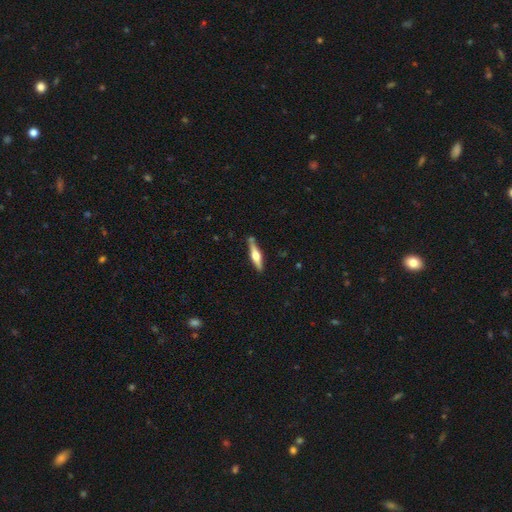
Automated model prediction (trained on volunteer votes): This appears to be a featured or disk galaxy (58%) viewed edge-on (95%) with a rounded central bulge (91%). Merging: none (80%).